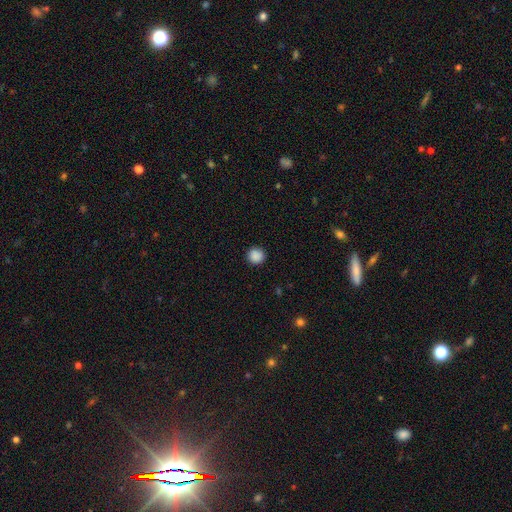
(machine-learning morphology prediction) Smooth or featured? Predicted: smooth (p=0.88). How rounded? Predicted: round (p=0.93). Merging? Predicted: none (p=0.91).